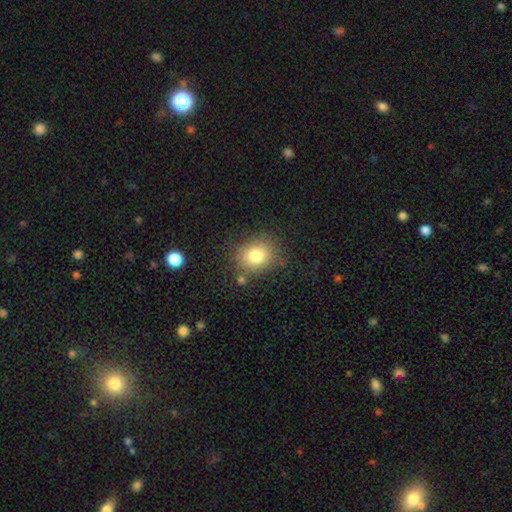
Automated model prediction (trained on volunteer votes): The model was most divided on "how rounded": round: 61%, in between: 38%, cigar-shaped: 1%. More confident: smooth or featured — smooth (80%); merging — none (79%).